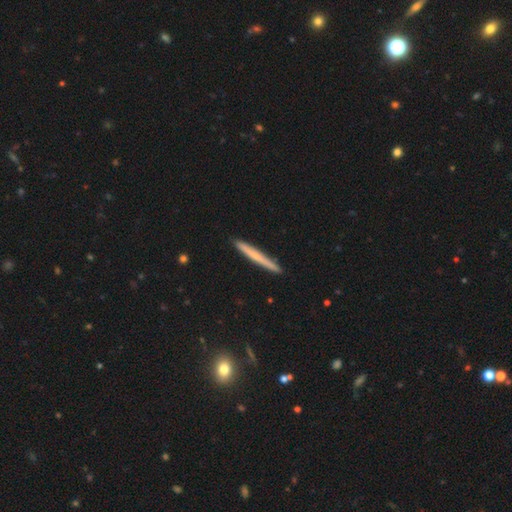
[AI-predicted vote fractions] Q: Smooth or featured?
A: smooth (57%); runner-up: featured or disk (38%)
Q: How rounded?
A: cigar-shaped (97%); runner-up: in between (2%)
Q: Merging?
A: none (92%); runner-up: minor disturbance (6%)